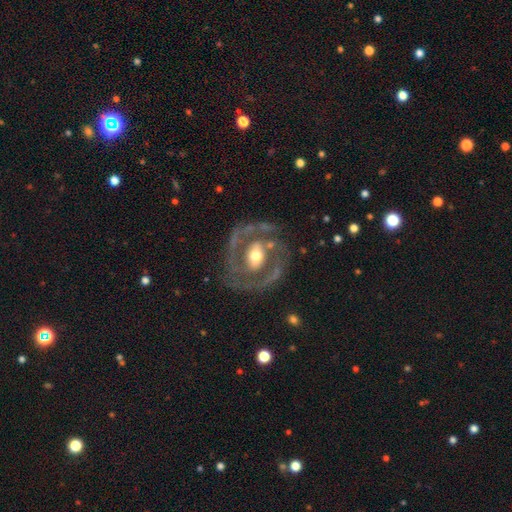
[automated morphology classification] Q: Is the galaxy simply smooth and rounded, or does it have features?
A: featured or disk — 86%.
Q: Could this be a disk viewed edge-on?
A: no — 97%.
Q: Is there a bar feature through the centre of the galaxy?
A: weak — 37%.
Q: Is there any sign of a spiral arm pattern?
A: yes — 85%.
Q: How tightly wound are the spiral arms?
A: medium — 44%.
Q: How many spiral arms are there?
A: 2 — 80%.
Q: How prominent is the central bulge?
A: moderate — 70%.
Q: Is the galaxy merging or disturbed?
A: none — 74%.